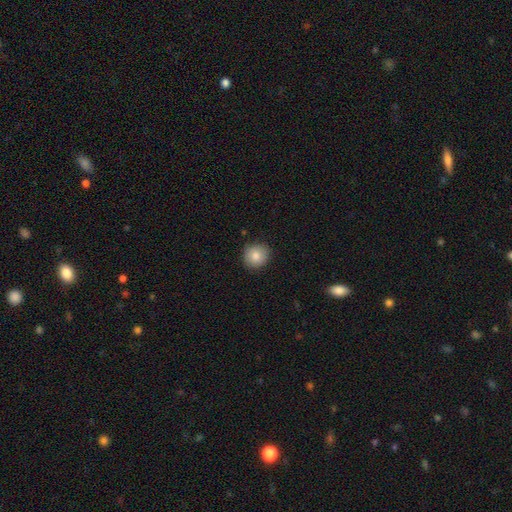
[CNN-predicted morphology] Overall: smooth (84%). How rounded: round (88%). Merging: none (87%).